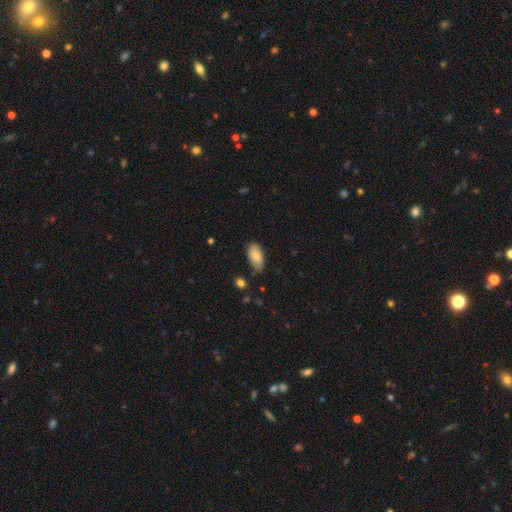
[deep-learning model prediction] Morphology: type=smooth (83%); roundness=in between (93%); merging=none (71%).